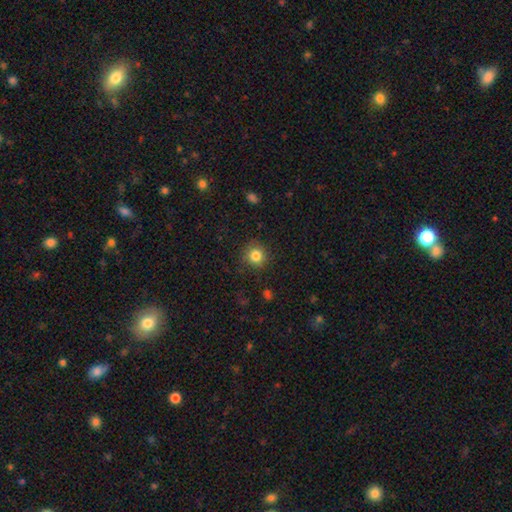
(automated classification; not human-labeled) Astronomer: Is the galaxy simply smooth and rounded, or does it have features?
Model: smooth — 82%.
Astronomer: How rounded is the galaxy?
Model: round — 91%.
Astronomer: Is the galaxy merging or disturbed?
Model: none — 86%.